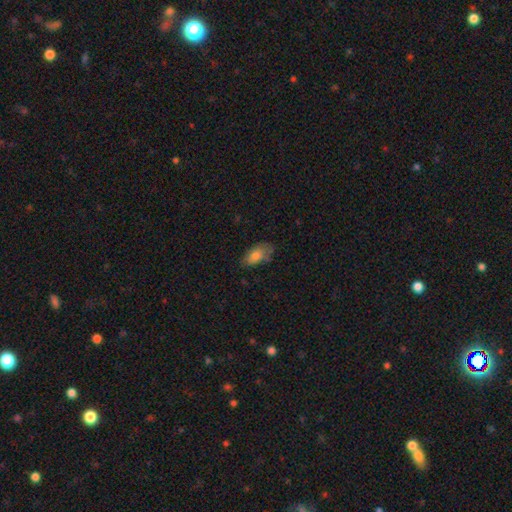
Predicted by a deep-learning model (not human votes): Morphology: type=smooth (78%); roundness=in between (91%); merging=none (61%).